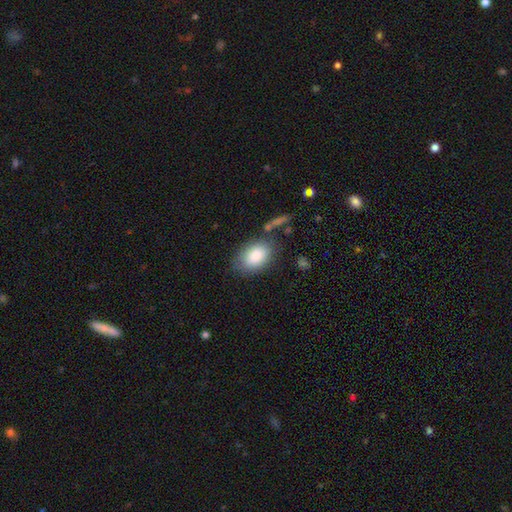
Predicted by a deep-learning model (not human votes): Smooth or featured?
  - smooth: 87% *
  - featured or disk: 7%
  - star or artifact: 7%
How rounded?
  - in between: 87% *
  - round: 11%
  - cigar-shaped: 1%
Merging?
  - none: 73% *
  - minor disturbance: 16%
  - major disturbance: 6%
  - merger: 6%